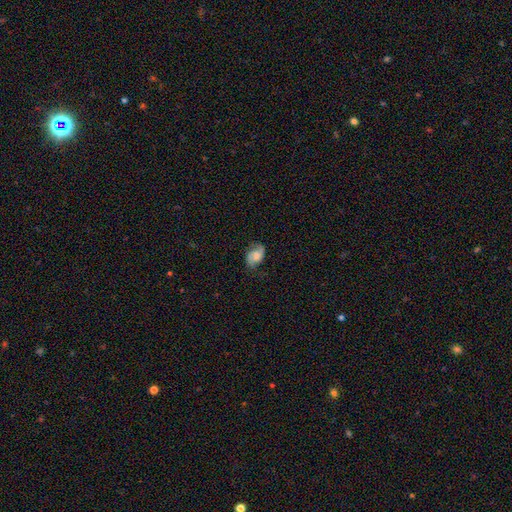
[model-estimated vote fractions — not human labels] featured or disk 54%, smooth 37%, star or artifact 9%. Down the decision tree: edge-on disk — no (97%); bar — no (62%); spiral arms — yes (91%); bulge size — moderate (27%); merging — none (70%).